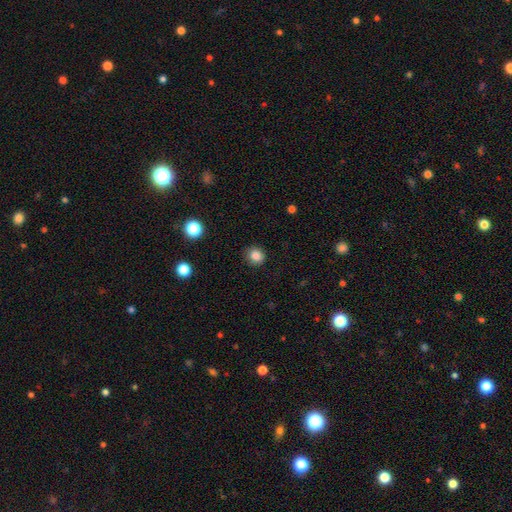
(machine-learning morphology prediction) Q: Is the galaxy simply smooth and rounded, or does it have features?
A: smooth — 85%.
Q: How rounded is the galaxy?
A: round — 86%.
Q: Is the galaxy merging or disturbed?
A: none — 89%.